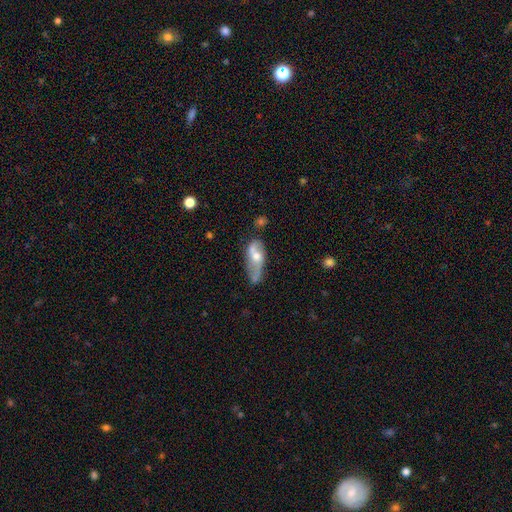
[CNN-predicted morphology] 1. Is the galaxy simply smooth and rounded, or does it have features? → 57% featured or disk, 36% smooth, 7% star or artifact.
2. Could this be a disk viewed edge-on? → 81% no, 19% yes.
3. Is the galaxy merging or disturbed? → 47% none, 30% minor disturbance, 15% major disturbance, 8% merger.